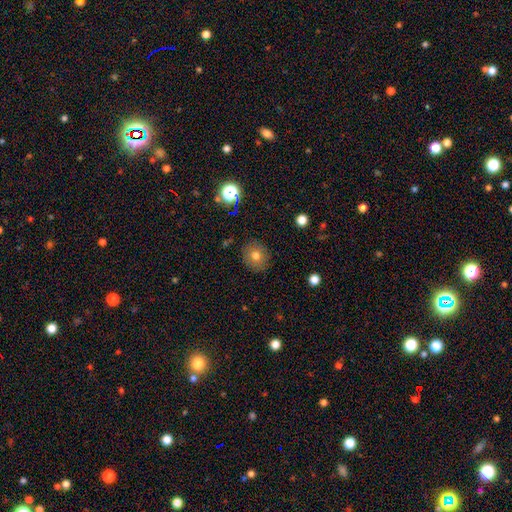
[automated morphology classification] This appears to be a smooth galaxy with no disk features (72%) that is round (82%). Merging: none (87%).